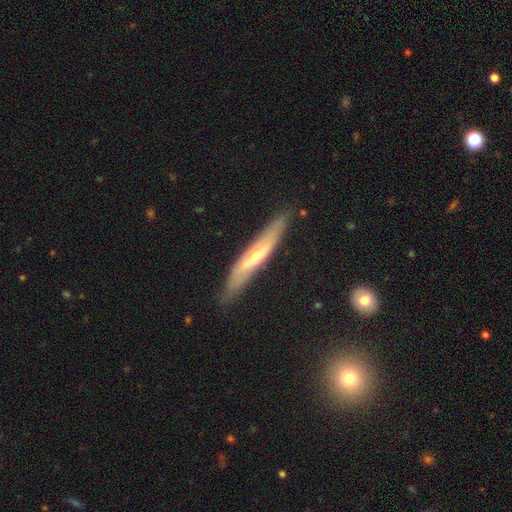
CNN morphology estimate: This appears to be a featured or disk galaxy (59%) viewed edge-on (75%). Merging: none (80%).